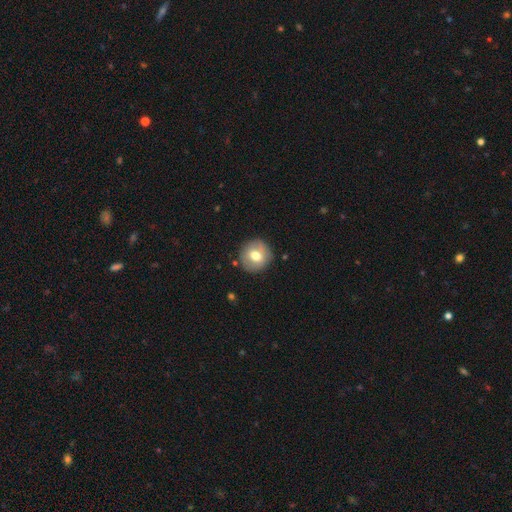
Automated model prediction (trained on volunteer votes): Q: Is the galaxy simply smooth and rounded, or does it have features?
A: smooth — 68%.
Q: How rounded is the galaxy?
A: round — 90%.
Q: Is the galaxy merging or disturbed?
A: none — 86%.